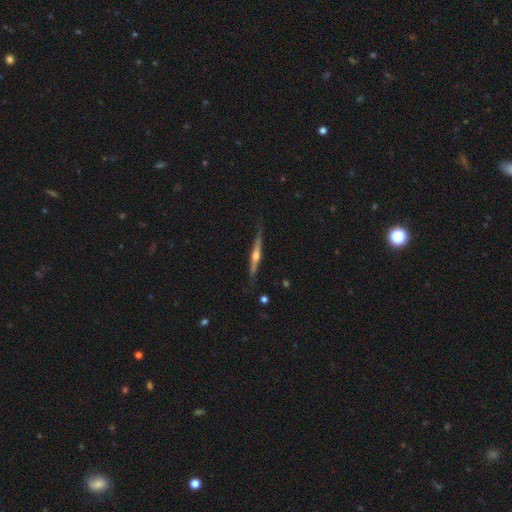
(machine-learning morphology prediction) Smooth or featured: featured or disk — 76% (smooth — 19%)
Edge-on disk: yes — 98% (no — 2%)
Edge-on bulge: rounded — 89% (none — 5%)
Merging: none — 82% (minor disturbance — 14%)